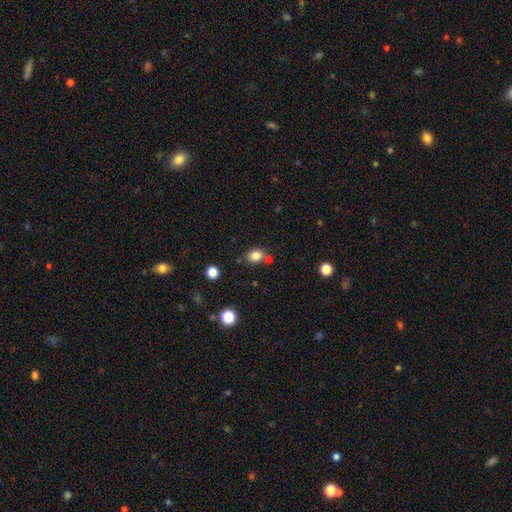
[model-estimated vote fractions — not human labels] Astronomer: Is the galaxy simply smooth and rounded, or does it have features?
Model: smooth — 83%.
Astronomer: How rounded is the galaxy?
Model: in between — 55% (runner-up: round, 44%).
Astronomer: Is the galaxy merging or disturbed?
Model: none — 68%.